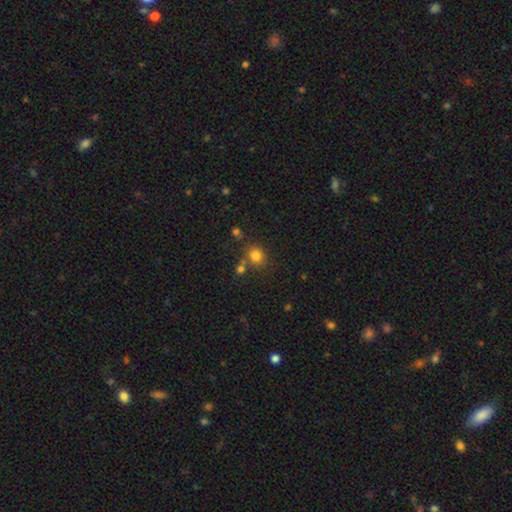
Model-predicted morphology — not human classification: type=smooth (79%); roundness=round (73%); merging=none (71%).